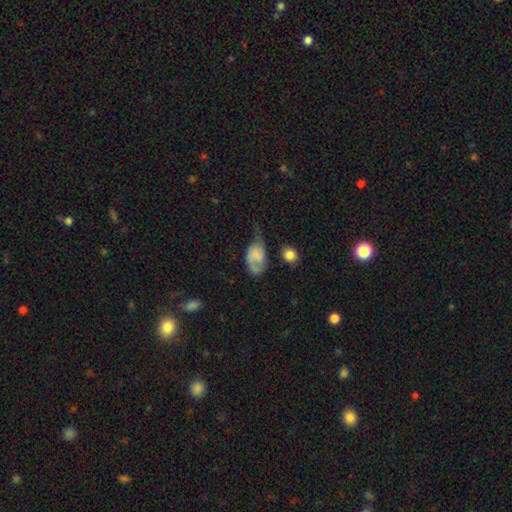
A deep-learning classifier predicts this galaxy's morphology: Smooth or featured: smooth — 50% (featured or disk — 41%)
How rounded: in between — 86% (round — 12%)
Merging: major disturbance — 34% (minor disturbance — 32%)